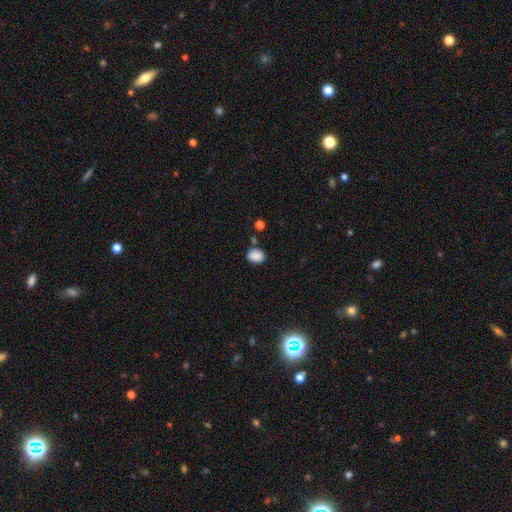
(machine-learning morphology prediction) Smooth or featured: smooth — 87% (star or artifact — 9%)
How rounded: in between — 65% (round — 34%)
Merging: none — 75% (minor disturbance — 15%)